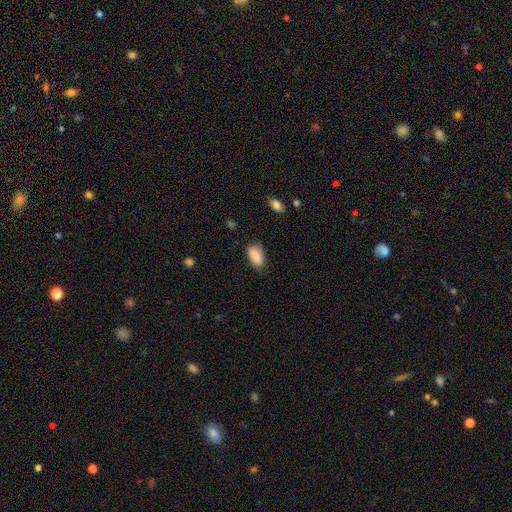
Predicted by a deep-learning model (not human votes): This appears to be a smooth galaxy with no disk features (86%) that is in between round and cigar-shaped (91%). Merging: none (72%).